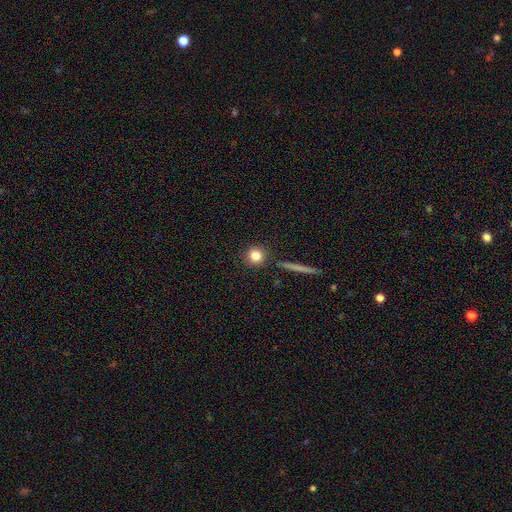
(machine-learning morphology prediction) Smooth or featured? smooth (82%)
How rounded? round (93%)
Merging? none (88%)